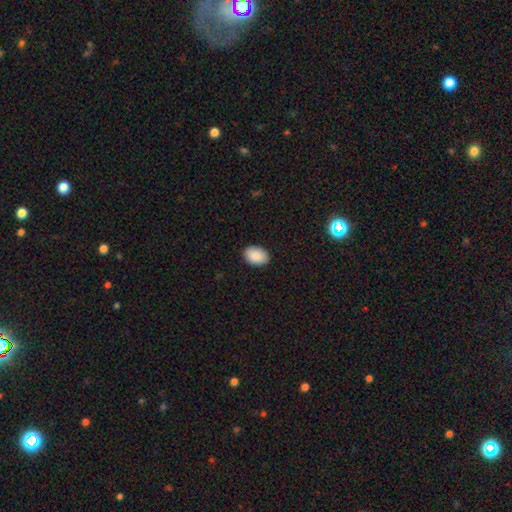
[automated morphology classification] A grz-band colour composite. It shows a smooth galaxy with no disk features (90%) that is in between round and cigar-shaped (83%). Merging: none (90%).